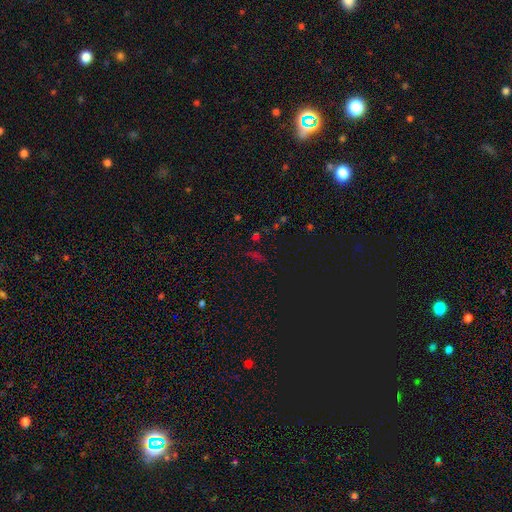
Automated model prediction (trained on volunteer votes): Overall: star or artifact (62%; smooth 28%).